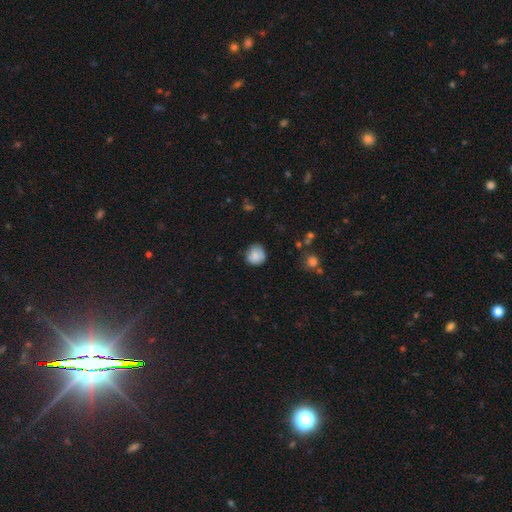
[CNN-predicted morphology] Smooth or featured?
  - smooth: 82% *
  - featured or disk: 10%
  - star or artifact: 8%
How rounded?
  - round: 88% *
  - in between: 12%
  - cigar-shaped: 1%
Merging?
  - none: 75% *
  - minor disturbance: 20%
  - major disturbance: 4%
  - merger: 1%